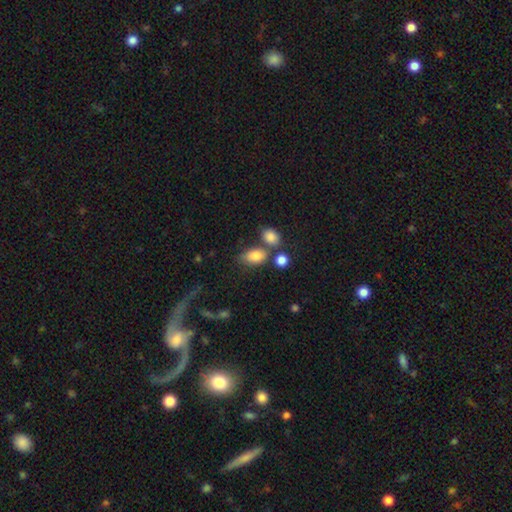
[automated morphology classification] This is clearly a smooth galaxy (83%). How rounded: clearly in between (85%). Merging: possibly none (53%).